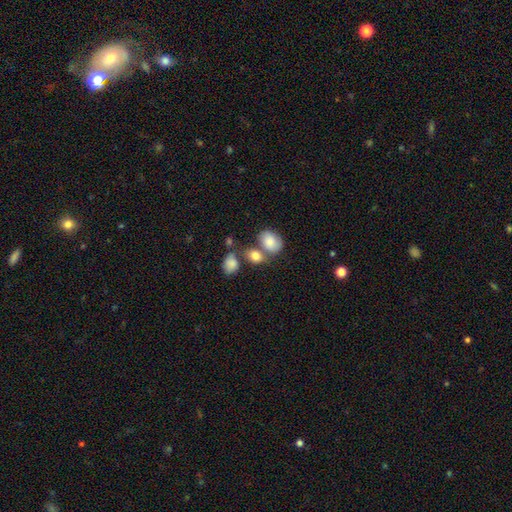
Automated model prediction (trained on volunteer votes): This appears to be a smooth galaxy with no disk features (79%) that is in between round and cigar-shaped (62%). Merging: none (47%).